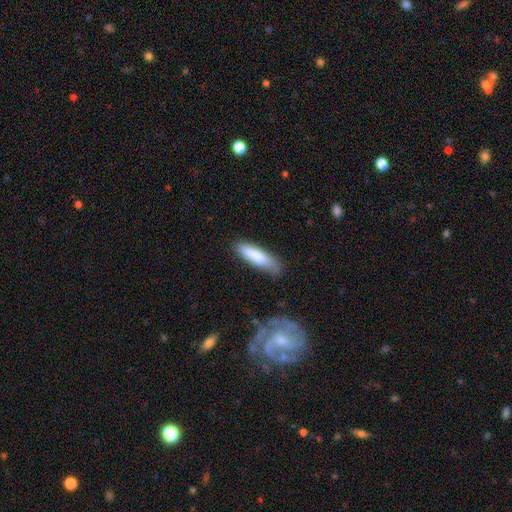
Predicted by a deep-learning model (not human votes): smooth-or-featured: smooth: 83% | featured or disk: 11% | star or artifact: 6%
  how-rounded: cigar-shaped: 63% | in between: 36% | round: 1%
  merging: none: 70% | minor disturbance: 22% | major disturbance: 5% | merger: 2%